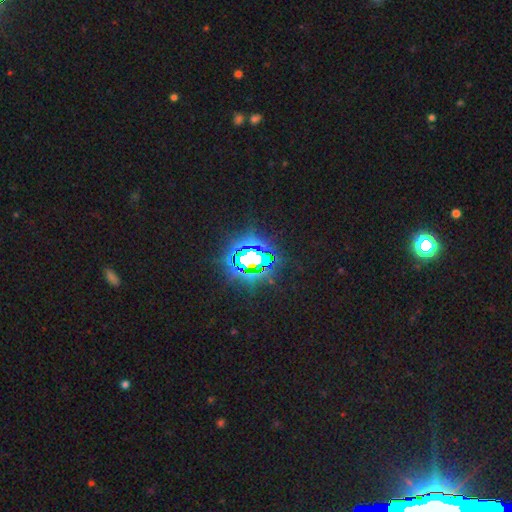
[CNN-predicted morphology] Smooth or featured? Predicted: star or artifact (p=0.69).